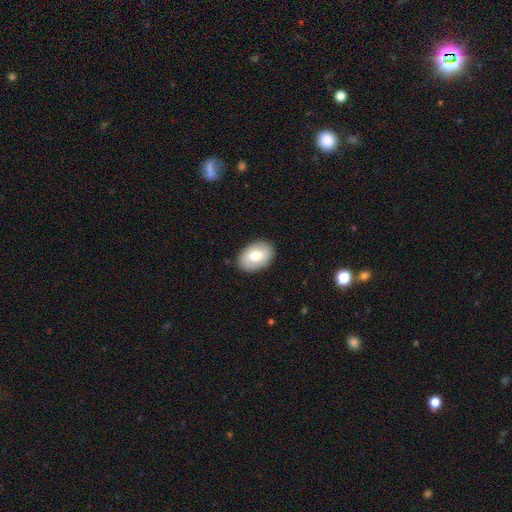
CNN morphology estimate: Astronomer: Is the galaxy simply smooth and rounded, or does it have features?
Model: smooth — 66%.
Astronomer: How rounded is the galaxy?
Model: in between — 84%.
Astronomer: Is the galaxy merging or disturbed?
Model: none — 86%.